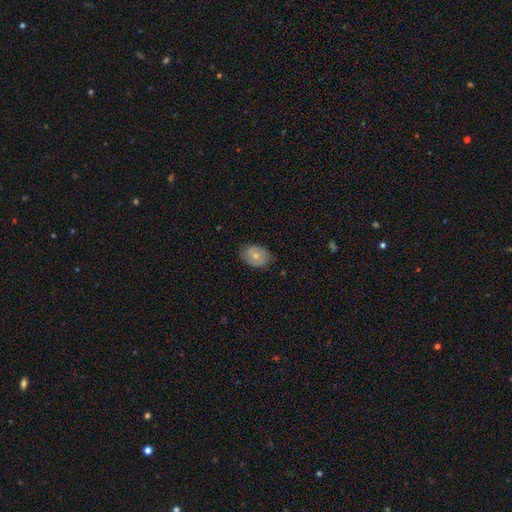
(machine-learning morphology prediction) Smooth or featured? smooth (63%)
How rounded? in between (77%)
Merging? none (77%)